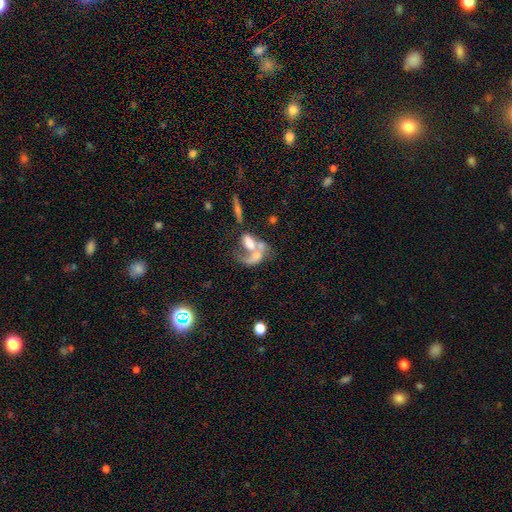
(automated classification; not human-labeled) Smooth or featured? featured or disk (47%)
Merging? merger (62%)